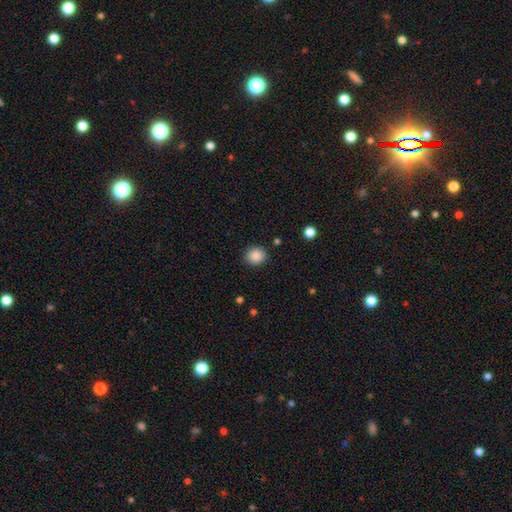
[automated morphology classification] Smooth or featured? smooth (87%)
How rounded? round (81%)
Merging? none (88%)